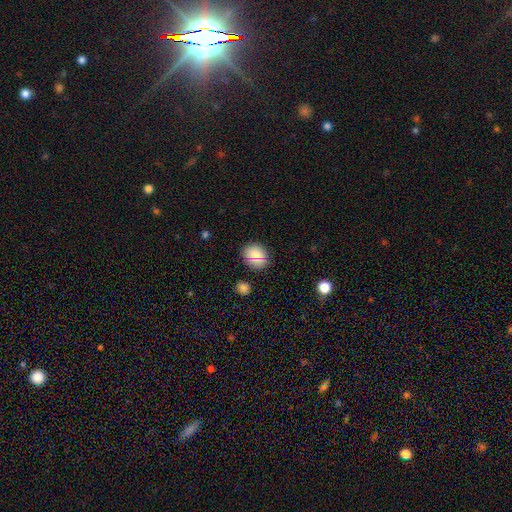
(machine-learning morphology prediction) A smooth galaxy with no disk features (81%) that is round (60%).

Vote fractions:
- Smooth or featured? smooth: 81% / star or artifact: 10% / featured or disk: 8%
- How rounded? round: 60% / in between: 39% / cigar-shaped: 1%
- Merging? none: 82% / minor disturbance: 12% / major disturbance: 3% / merger: 3%